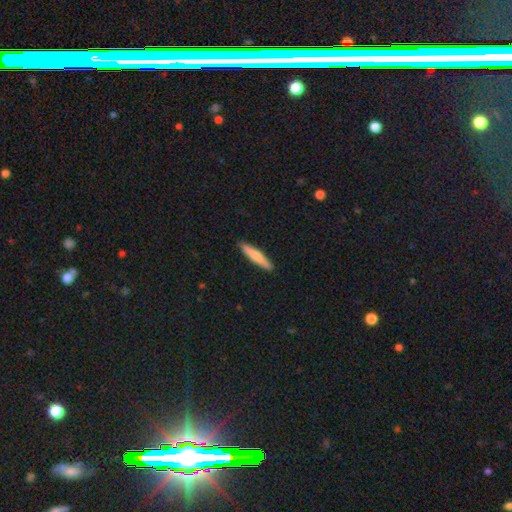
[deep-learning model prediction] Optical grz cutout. It shows a smooth galaxy with no disk features (69%) that is cigar-shaped (90%). Merging: none (91%).